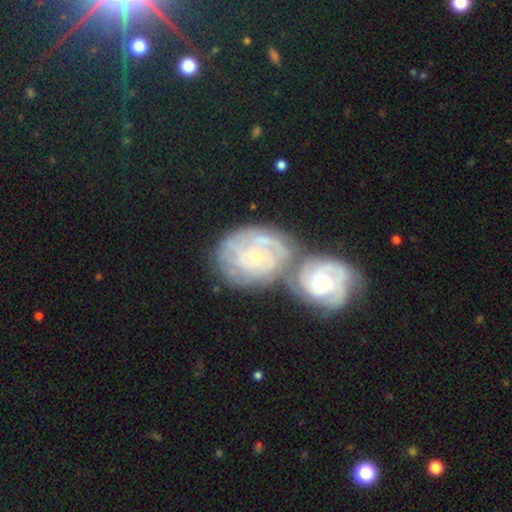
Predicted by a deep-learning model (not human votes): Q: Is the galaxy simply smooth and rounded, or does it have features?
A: featured or disk — 81%.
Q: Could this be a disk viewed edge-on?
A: no — 97%.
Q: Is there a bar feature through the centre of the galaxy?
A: no — 77%.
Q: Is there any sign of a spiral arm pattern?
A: yes — 91%.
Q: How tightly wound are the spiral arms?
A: tight — 74%.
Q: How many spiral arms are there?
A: can't tell — 42%.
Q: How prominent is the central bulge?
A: small — 70%.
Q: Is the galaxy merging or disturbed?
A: merger — 61%.